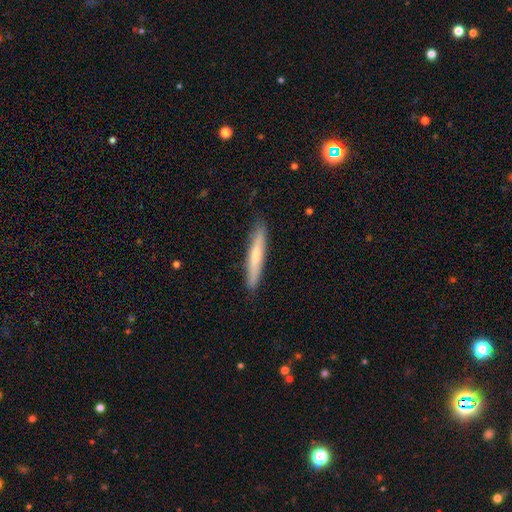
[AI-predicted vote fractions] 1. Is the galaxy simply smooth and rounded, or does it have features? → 64% smooth, 31% featured or disk, 6% star or artifact.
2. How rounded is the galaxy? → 94% cigar-shaped, 5% in between, 1% round.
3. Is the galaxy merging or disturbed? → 87% none, 10% minor disturbance, 2% major disturbance, 1% merger.